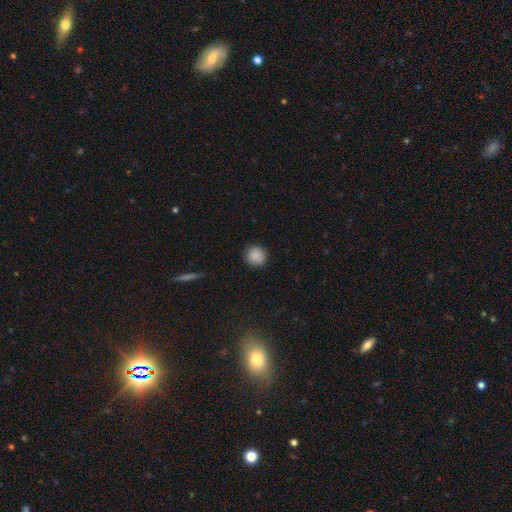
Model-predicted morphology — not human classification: This appears to be a smooth galaxy with no disk features (88%) that is round (94%). Merging: none (90%).